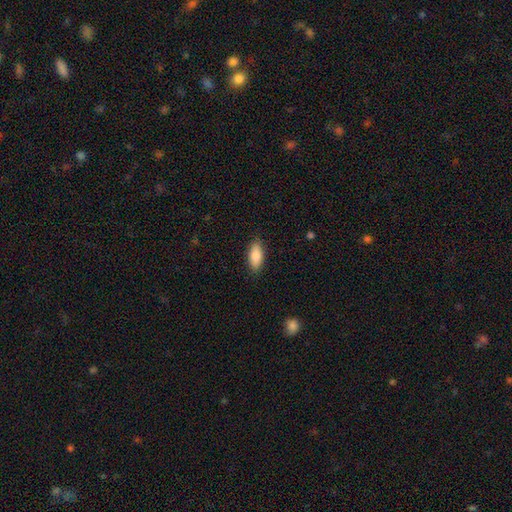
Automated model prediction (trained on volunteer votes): The model was most divided on "how rounded": in between: 82%, cigar-shaped: 16%, round: 2%. More confident: merging — none (86%); smooth or featured — smooth (84%).